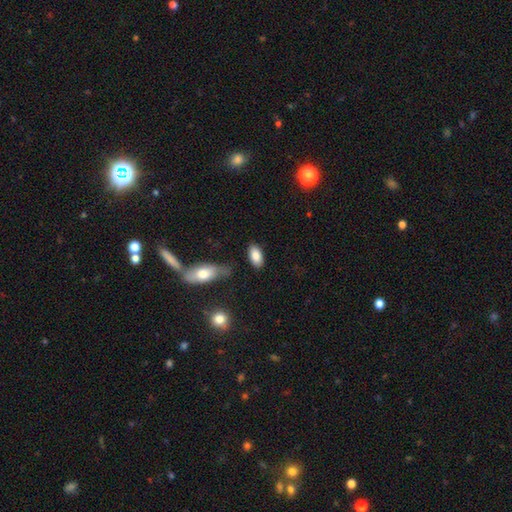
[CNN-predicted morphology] smooth_or_featured: smooth (p=0.86) [alt: featured or disk p=0.07]
how_rounded: in between (p=0.92) [alt: cigar-shaped p=0.05]
merging: none (p=0.79) [alt: minor disturbance p=0.13]